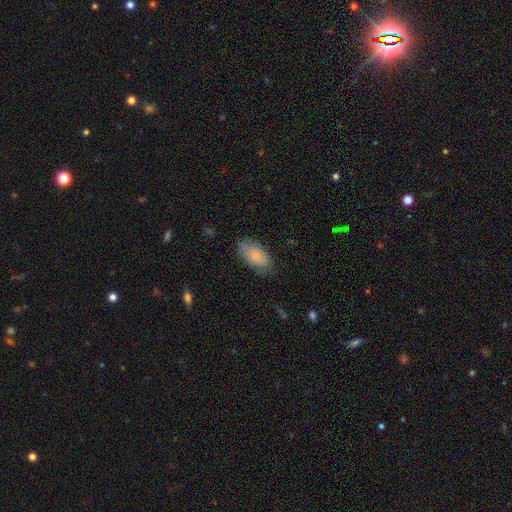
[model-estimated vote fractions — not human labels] This is clearly a smooth galaxy (81%). How rounded: clearly in between (94%). Merging: likely none (77%).